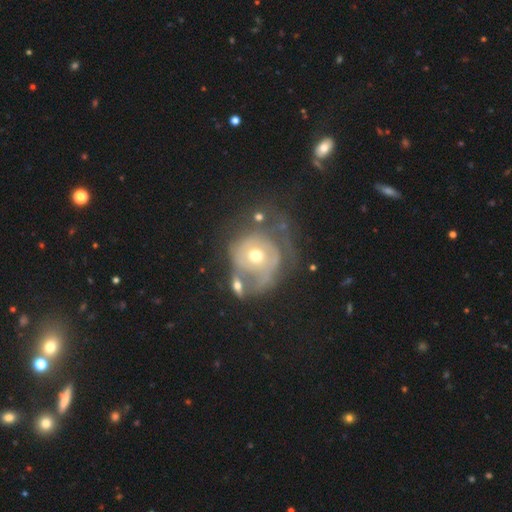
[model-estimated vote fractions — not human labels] A featured or disk galaxy (66%) with no bar (82%), spiral arms (62%) and a moderate central bulge (67%). Merging: major disturbance (33%).